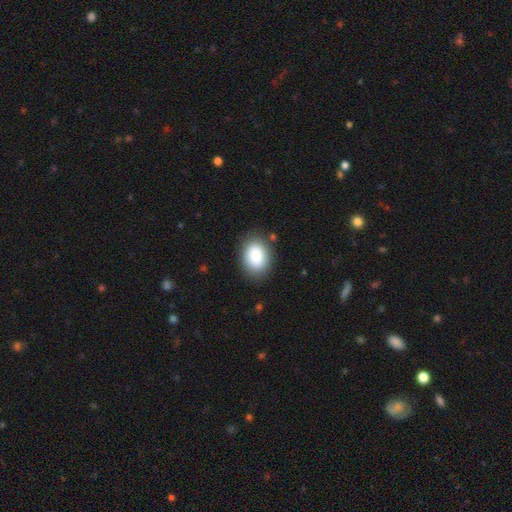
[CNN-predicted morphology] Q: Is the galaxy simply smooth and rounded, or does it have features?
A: smooth — 87%.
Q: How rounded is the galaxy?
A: in between — 77%.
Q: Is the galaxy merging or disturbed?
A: none — 84%.